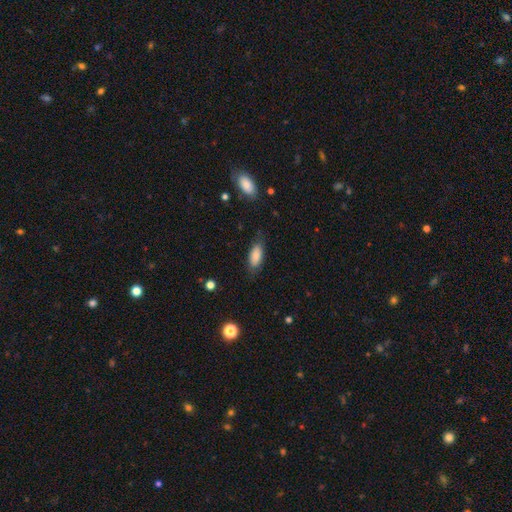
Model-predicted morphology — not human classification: Q: Smooth or featured?
A: smooth (85%); runner-up: featured or disk (9%)
Q: How rounded?
A: in between (81%); runner-up: cigar-shaped (17%)
Q: Merging?
A: none (76%); runner-up: minor disturbance (17%)